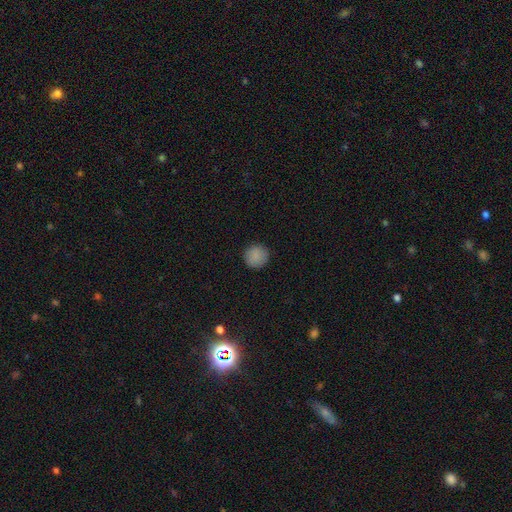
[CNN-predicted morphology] Smooth or featured: smooth — 88% (star or artifact — 8%)
How rounded: round — 95% (in between — 4%)
Merging: none — 91% (minor disturbance — 6%)